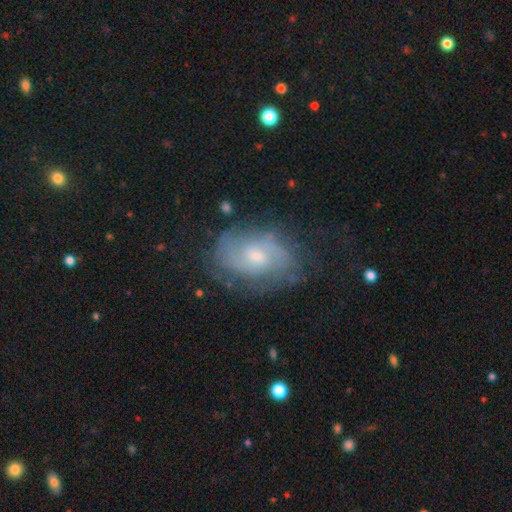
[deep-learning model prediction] Overall: featured or disk (73%). Edge-on disk: no (96%). Bar: no (54%; weak 41%). Spiral arms: yes (87%). Spiral arm count: 2 (47%; can't tell 34%). Spiral winding: tight (41%, tied with medium). Bulge size: moderate (53%; small 37%). Merging: none (66%).